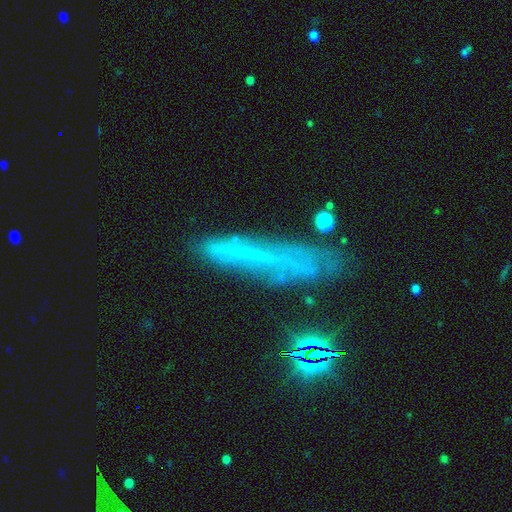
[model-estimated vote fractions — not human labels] Smooth or featured?
  - featured or disk: 42% *
  - smooth: 38%
  - star or artifact: 21%
Merging?
  - none: 64% *
  - minor disturbance: 21%
  - major disturbance: 11%
  - merger: 5%